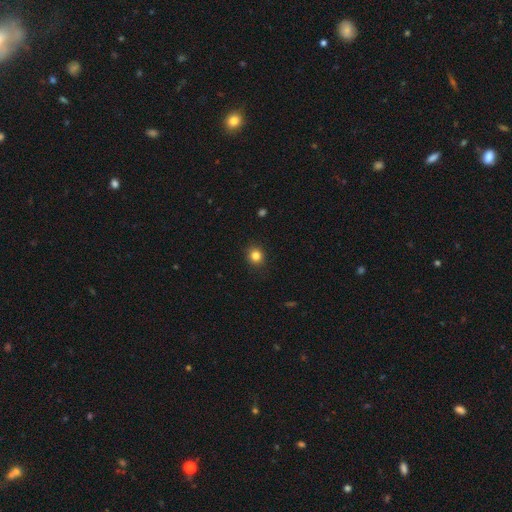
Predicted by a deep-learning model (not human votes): Smooth or featured: smooth — 83% (star or artifact — 12%)
How rounded: round — 84% (in between — 15%)
Merging: none — 90% (minor disturbance — 7%)